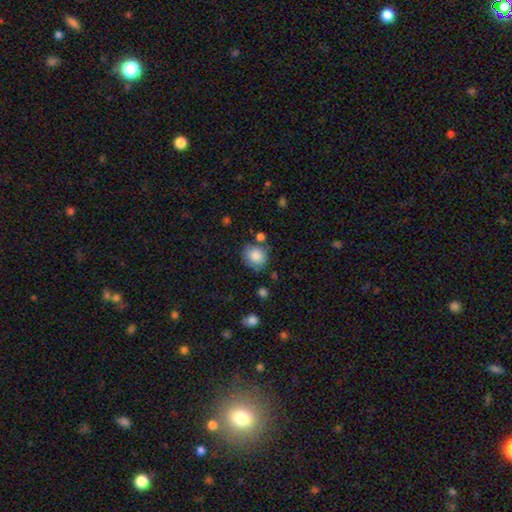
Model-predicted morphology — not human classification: A smooth galaxy with no disk features (85%) that is round (73%). Merging: none (71%).